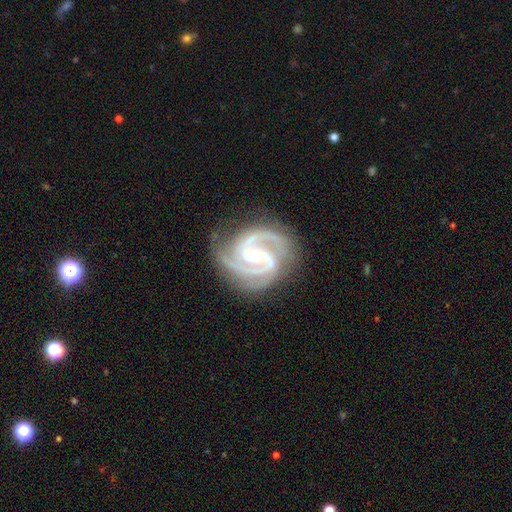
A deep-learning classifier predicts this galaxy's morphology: smooth_or_featured: featured or disk (p=0.94) [alt: star or artifact p=0.04]
disk_edge_on: no (p=0.98) [alt: yes p=0.02]
bar: no (p=0.40) [alt: weak p=0.38]
has_spiral_arms: yes (p=0.99) [alt: no p=0.01]
spiral_winding: tight (p=0.51) [alt: medium p=0.45]
spiral_arm_count: 3 (p=0.49) [alt: 2 p=0.37]
bulge_size: small (p=0.55) [alt: moderate p=0.42]
merging: none (p=0.79) [alt: minor disturbance p=0.15]